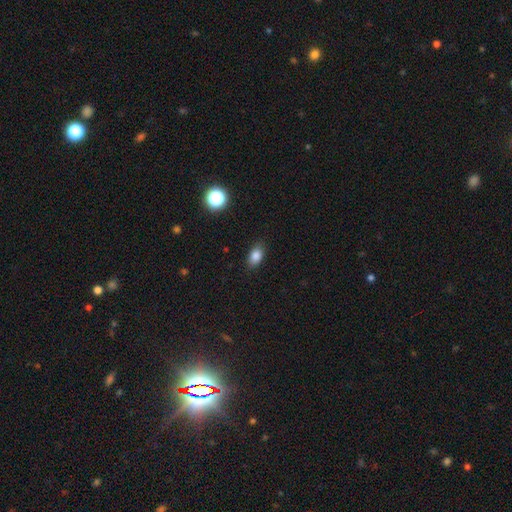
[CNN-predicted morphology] Smooth or featured? Predicted: smooth (p=0.84). How rounded? Predicted: in between (p=0.86). Merging? Predicted: none (p=0.86).